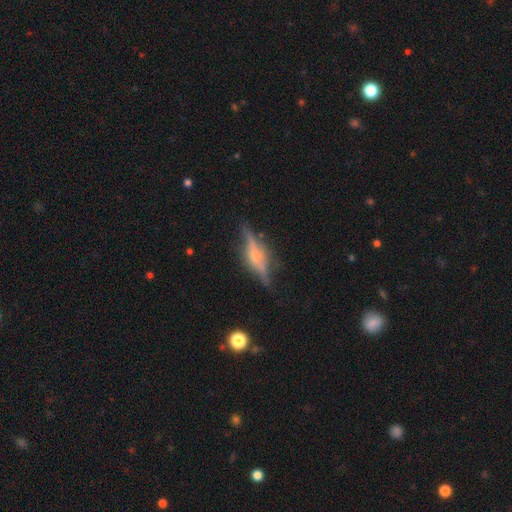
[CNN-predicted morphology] This is likely a featured or disk galaxy (77%). It is clearly viewed edge-on (94%). Edge-on bulge: likely rounded (77%). Merging: likely none (78%).